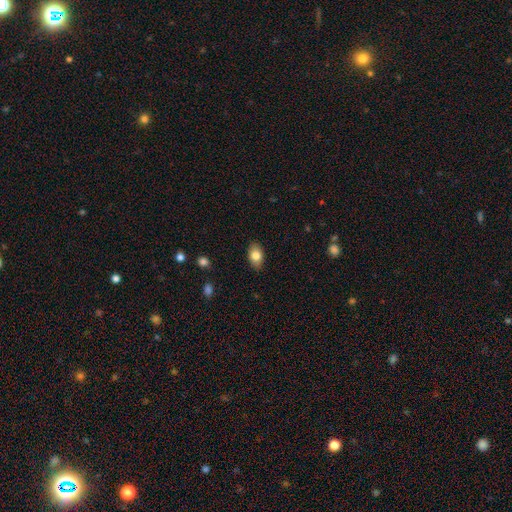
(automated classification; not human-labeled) Morphology: type=smooth (81%); roundness=in between (88%); merging=none (87%).